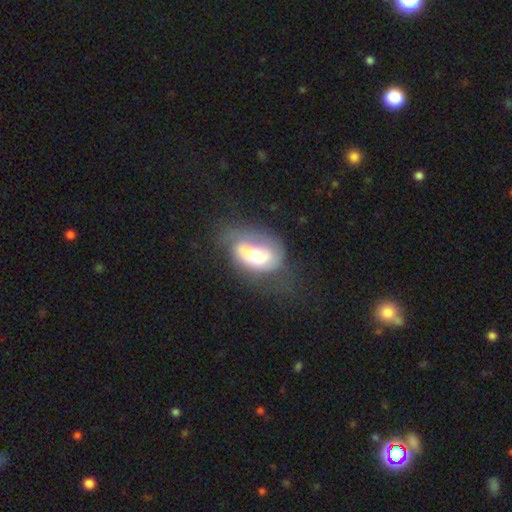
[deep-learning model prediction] Smooth or featured: featured or disk — 52% (smooth — 40%)
Edge-on disk: no — 93% (yes — 7%)
Merging: none — 32% (major disturbance — 31%)